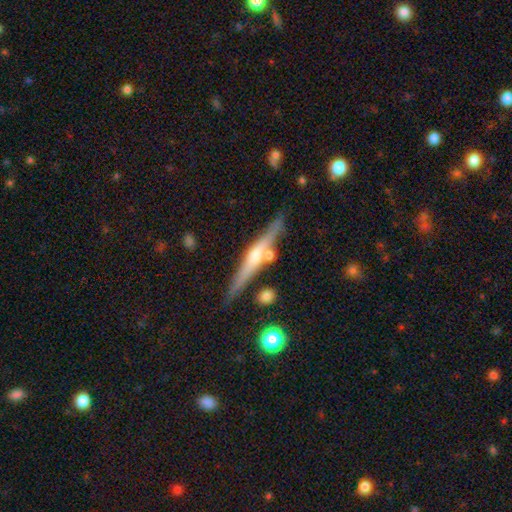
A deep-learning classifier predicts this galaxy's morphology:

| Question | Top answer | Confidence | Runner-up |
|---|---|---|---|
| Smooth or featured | featured or disk | 68% | smooth (26%) |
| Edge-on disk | yes | 97% | no (3%) |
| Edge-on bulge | rounded | 81% | none (10%) |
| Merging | none | 79% | minor disturbance (11%) |